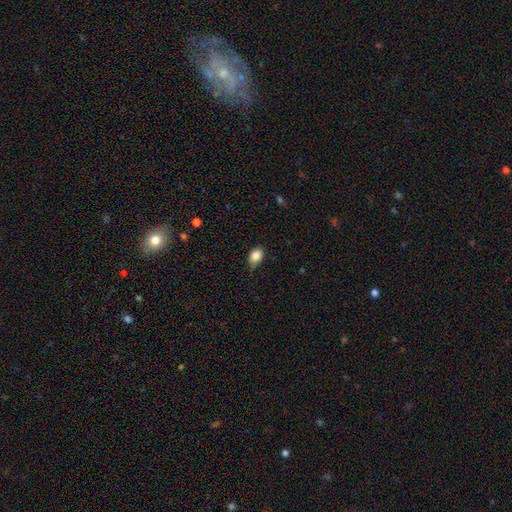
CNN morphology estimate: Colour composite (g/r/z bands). It shows a smooth galaxy with no disk features (86%) that is in between round and cigar-shaped (75%). Merging: none (66%).